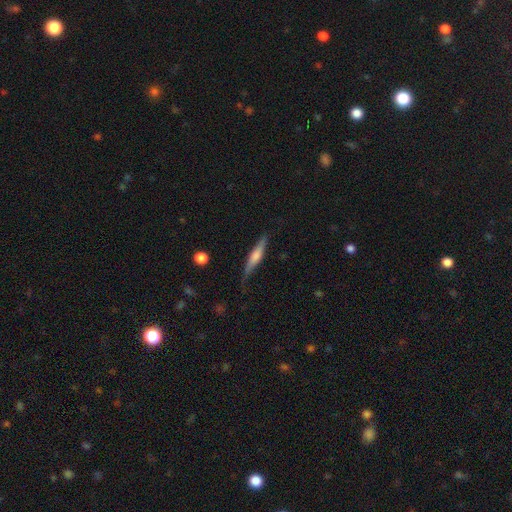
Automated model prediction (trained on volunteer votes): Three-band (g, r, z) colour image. It shows a featured or disk galaxy (58%) viewed edge-on (95%) with a rounded central bulge (71%). Merging: none (76%).